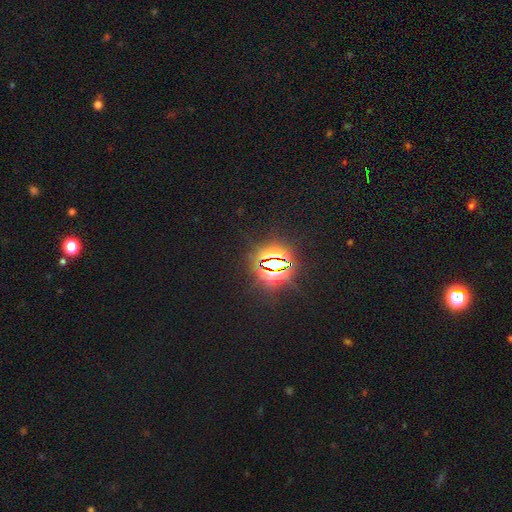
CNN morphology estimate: Smooth or featured?
  - star or artifact: 76% *
  - smooth: 19%
  - featured or disk: 5%